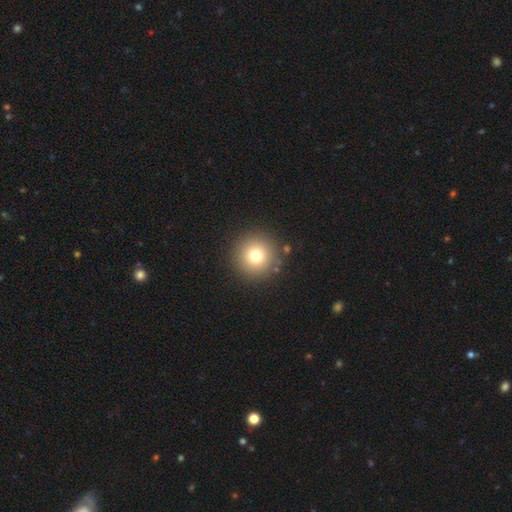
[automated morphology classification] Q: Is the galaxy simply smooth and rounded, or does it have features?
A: smooth — 76%.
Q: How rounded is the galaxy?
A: round — 96%.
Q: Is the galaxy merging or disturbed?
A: none — 89%.